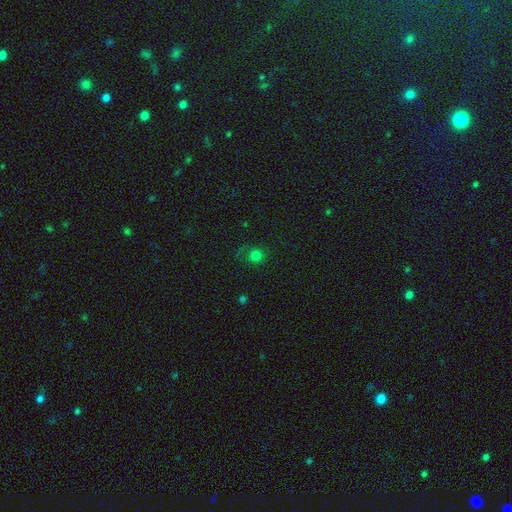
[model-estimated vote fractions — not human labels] A smooth galaxy with no disk features (74%) that is round (87%). Merging: none (72%).